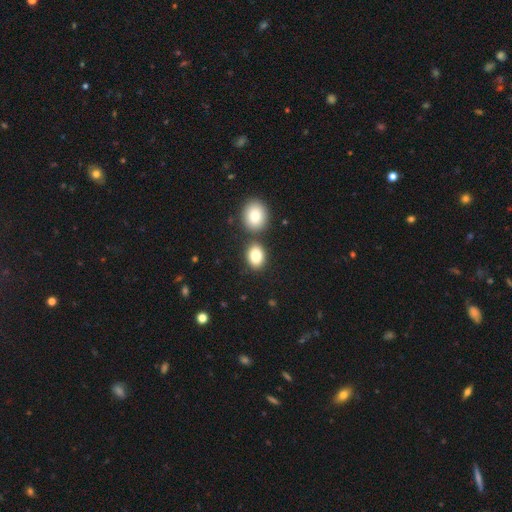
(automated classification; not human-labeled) Morphology: type=smooth (83%); roundness=in between (70%); merging=none (68%).